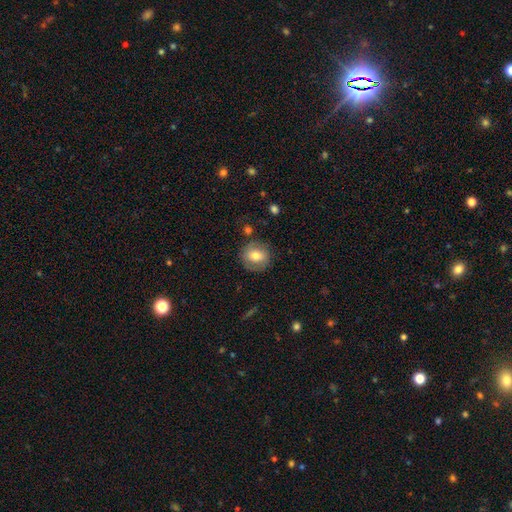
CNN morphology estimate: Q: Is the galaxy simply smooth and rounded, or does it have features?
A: smooth — 67%.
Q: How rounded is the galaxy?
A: round — 80%.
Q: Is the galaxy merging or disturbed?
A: none — 79%.